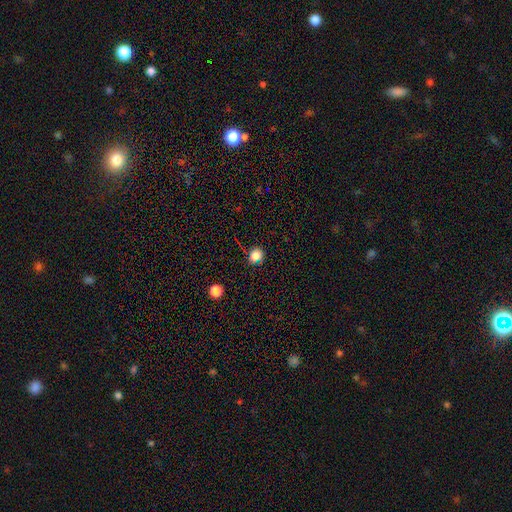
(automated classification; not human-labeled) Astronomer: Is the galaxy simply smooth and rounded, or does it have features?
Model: smooth — 82%.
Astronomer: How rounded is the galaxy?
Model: round — 89%.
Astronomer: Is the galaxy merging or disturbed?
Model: none — 83%.